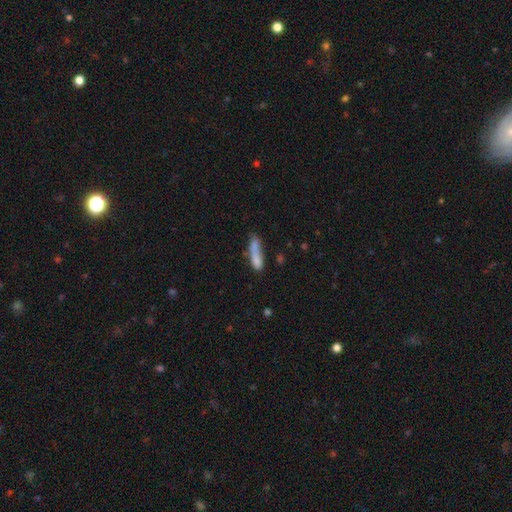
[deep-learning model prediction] A smooth galaxy with no disk features (75%) that is cigar-shaped (78%).

Vote fractions:
- Smooth or featured? smooth: 75% / featured or disk: 16% / star or artifact: 9%
- How rounded? cigar-shaped: 78% / in between: 20% / round: 2%
- Merging? none: 47% / minor disturbance: 24% / merger: 17% / major disturbance: 12%